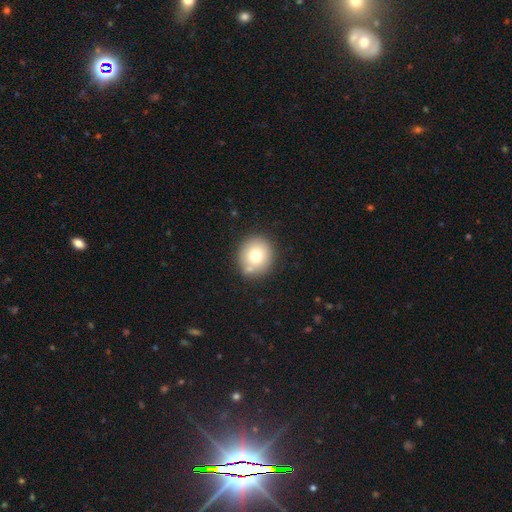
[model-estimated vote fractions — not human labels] Overall: smooth (75%). How rounded: round (86%). Merging: none (75%).